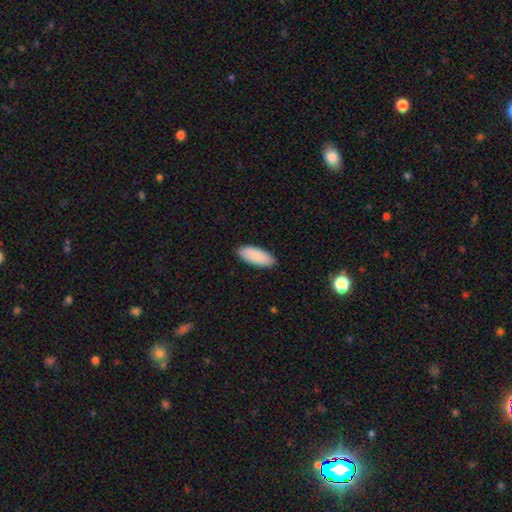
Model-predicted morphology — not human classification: Smooth or featured? Predicted: smooth (p=0.89). How rounded? Predicted: in between (p=0.82). Merging? Predicted: none (p=0.88).